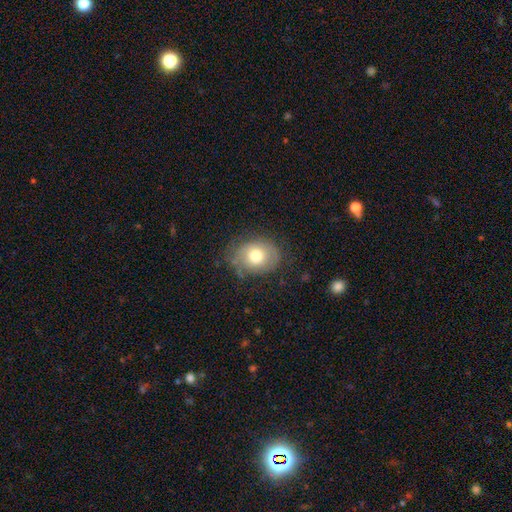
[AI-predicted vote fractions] Smooth or featured? smooth (70%)
How rounded? round (51%)
Merging? none (69%)